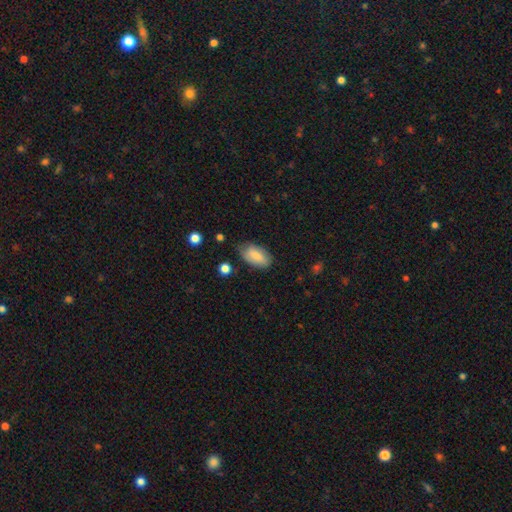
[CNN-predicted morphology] type=smooth (81%); roundness=in between (93%); merging=none (71%).